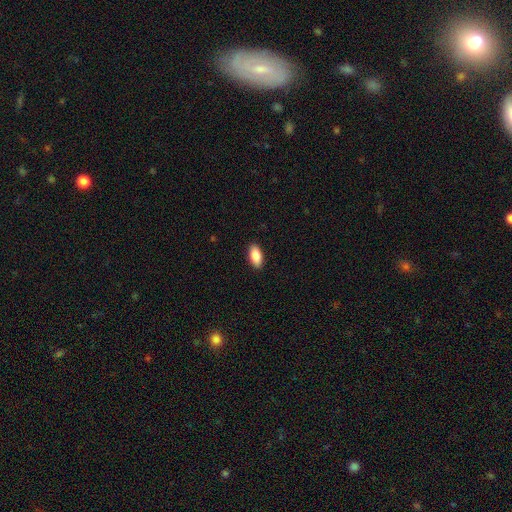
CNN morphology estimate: This is clearly a smooth galaxy (85%). How rounded: clearly in between (90%). Merging: clearly none (90%).